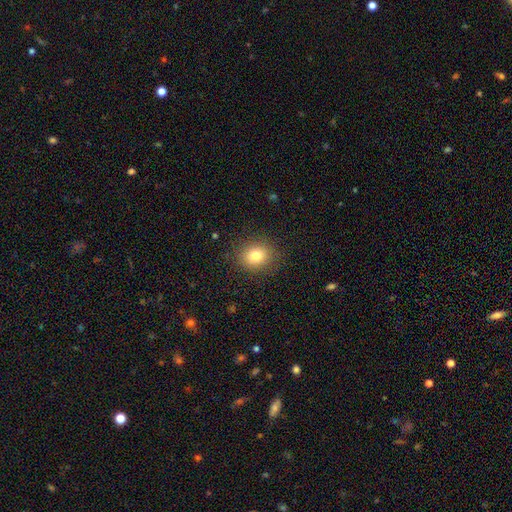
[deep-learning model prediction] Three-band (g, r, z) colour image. It shows a smooth galaxy with no disk features (80%) that is round (73%). Merging: none (88%).